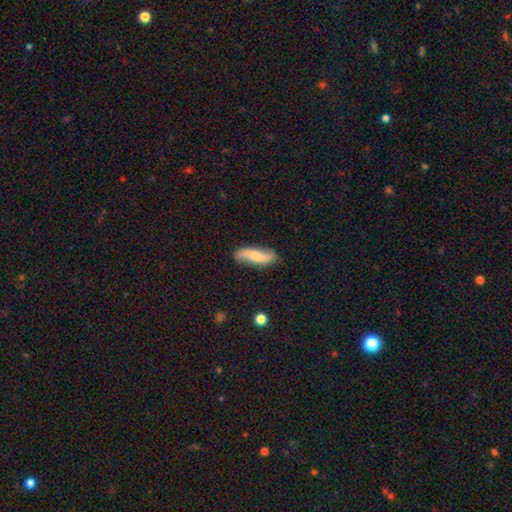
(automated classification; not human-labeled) A featured or disk galaxy (50%). Merging: none (78%).